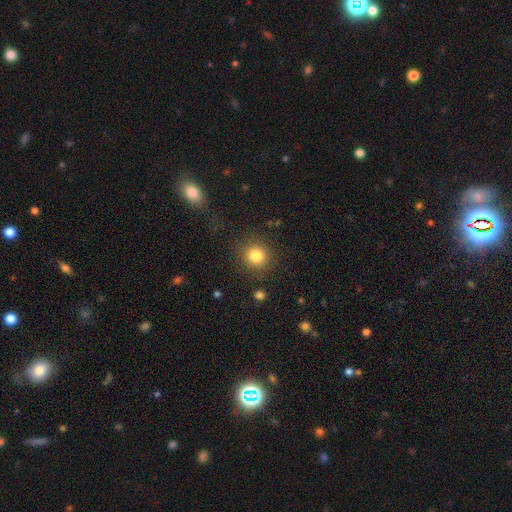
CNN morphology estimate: A smooth galaxy with no disk features (83%) that is round (91%).

Vote fractions:
- Smooth or featured? smooth: 83% / star or artifact: 11% / featured or disk: 6%
- How rounded? round: 91% / in between: 8% / cigar-shaped: 1%
- Merging? none: 87% / minor disturbance: 7% / major disturbance: 4% / merger: 2%